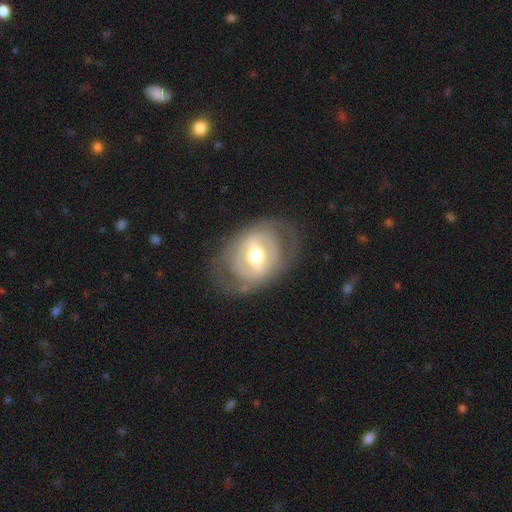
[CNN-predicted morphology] smooth_or_featured: featured or disk (p=0.71) [alt: smooth p=0.23]
disk_edge_on: no (p=0.94) [alt: yes p=0.06]
bar: strong (p=0.41) [alt: weak p=0.36]
has_spiral_arms: no (p=0.55) [alt: yes p=0.45]
bulge_size: moderate (p=0.70) [alt: large p=0.18]
merging: none (p=0.71) [alt: minor disturbance p=0.17]